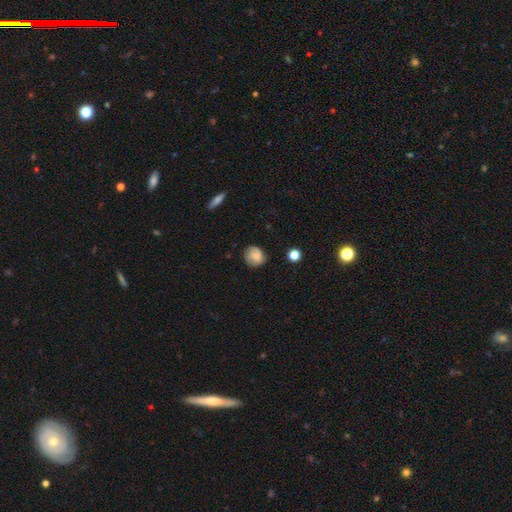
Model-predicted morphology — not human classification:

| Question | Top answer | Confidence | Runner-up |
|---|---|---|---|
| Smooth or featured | smooth | 69% | featured or disk (23%) |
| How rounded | round | 80% | in between (19%) |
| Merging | none | 71% | minor disturbance (21%) |